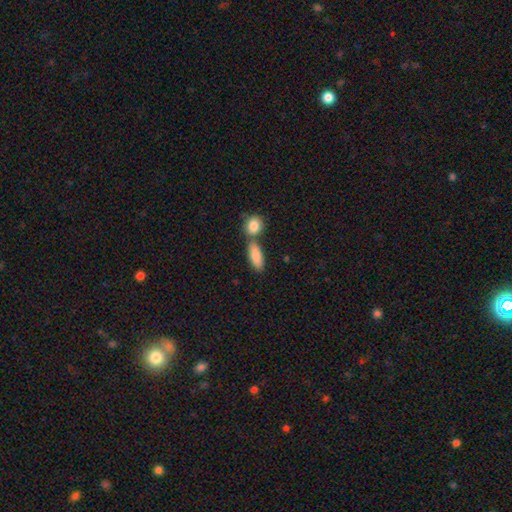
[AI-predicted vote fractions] Smooth or featured? smooth (85%)
How rounded? in between (75%)
Merging? none (51%)